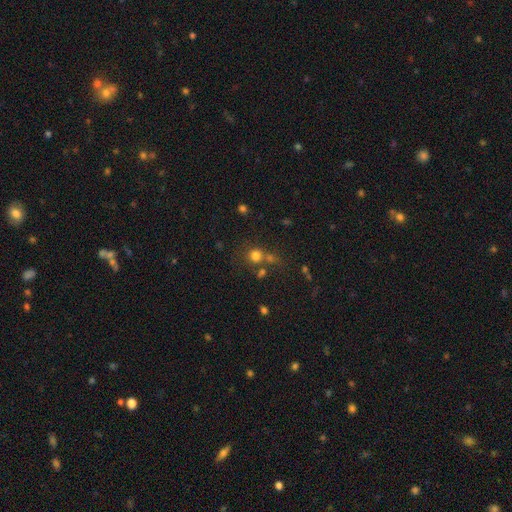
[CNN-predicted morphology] type=smooth (73%); roundness=round (87%); merging=none (58%).